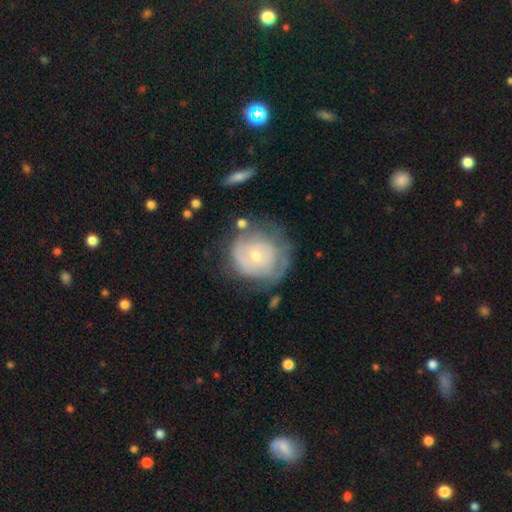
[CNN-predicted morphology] A featured or disk galaxy (66%) with no bar (79%), spiral arms (70%) and a small central bulge (61%).

Vote fractions:
- Smooth or featured? featured or disk: 66% / smooth: 28% / star or artifact: 7%
- Edge-on disk? no: 97% / yes: 3%
- Bar? no: 79% / weak: 18% / strong: 3%
- Spiral arms? yes: 70% / no: 30%
- Bulge size? small: 61% / moderate: 35% / large: 2% / none: 1% / dominant: 1%
- Merging? none: 56% / minor disturbance: 24% / major disturbance: 16% / merger: 4%